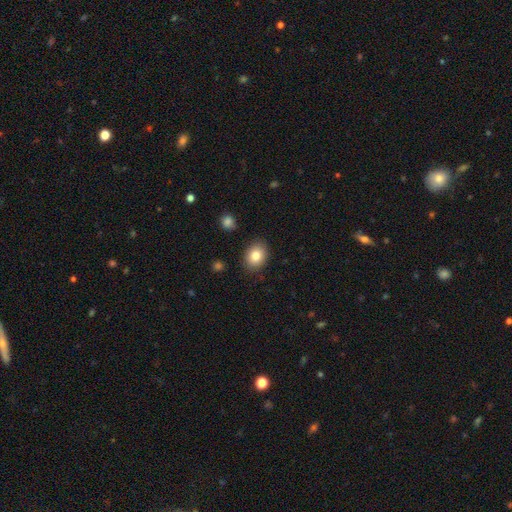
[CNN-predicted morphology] Smooth or featured: smooth — 83% (featured or disk — 9%)
How rounded: in between — 62% (round — 37%)
Merging: none — 87% (minor disturbance — 9%)